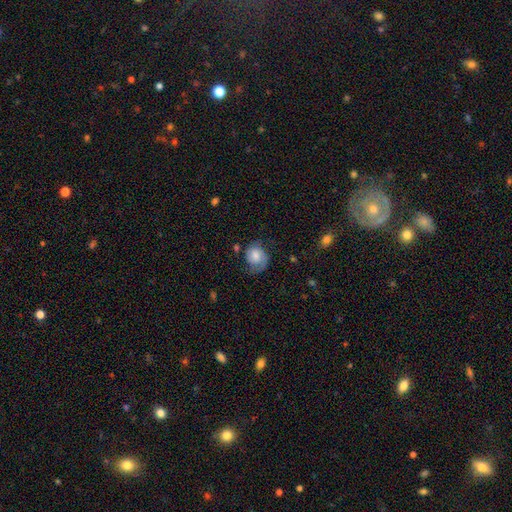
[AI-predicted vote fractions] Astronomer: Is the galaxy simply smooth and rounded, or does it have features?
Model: featured or disk — 49% (runner-up: smooth, 42%).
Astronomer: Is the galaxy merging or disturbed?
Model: none — 53%.